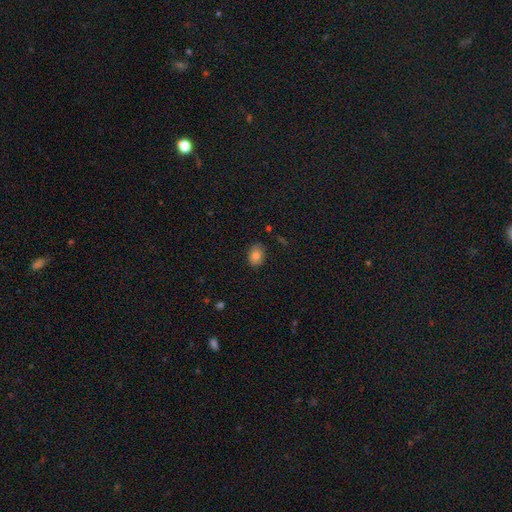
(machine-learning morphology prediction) Overall: smooth (83%). How rounded: in between (71%). Merging: none (83%).